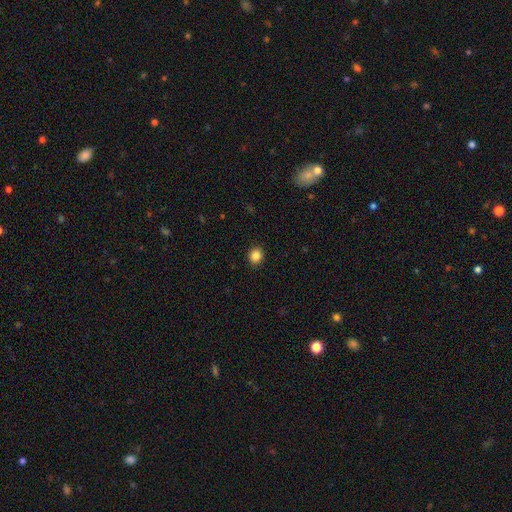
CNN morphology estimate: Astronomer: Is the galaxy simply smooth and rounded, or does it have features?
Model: smooth — 85%.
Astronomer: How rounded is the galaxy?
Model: round — 83%.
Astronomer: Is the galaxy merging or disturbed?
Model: none — 92%.